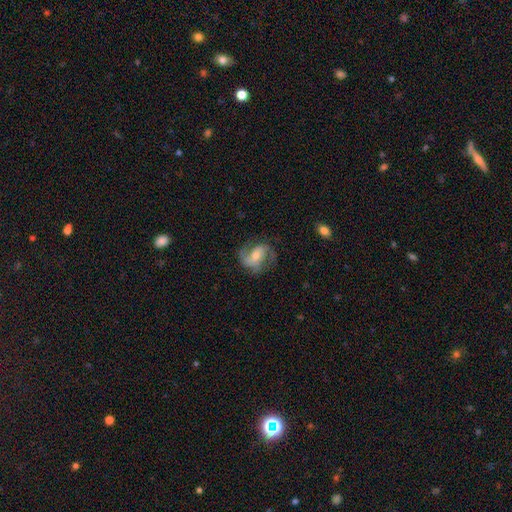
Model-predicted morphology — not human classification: This appears to be a featured or disk galaxy (78%) with no bar (40%), 2 (83%) medium (50%) spiral arms (93%) and a moderate central bulge (53%). Merging: none (69%).